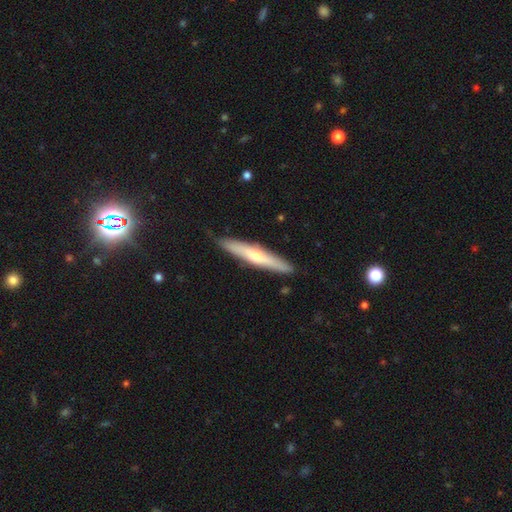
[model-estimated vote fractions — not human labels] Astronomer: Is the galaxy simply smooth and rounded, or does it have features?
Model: featured or disk — 55% (runner-up: smooth, 37%).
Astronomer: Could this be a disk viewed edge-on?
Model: yes — 91%.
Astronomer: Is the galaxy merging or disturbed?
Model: none — 89%.